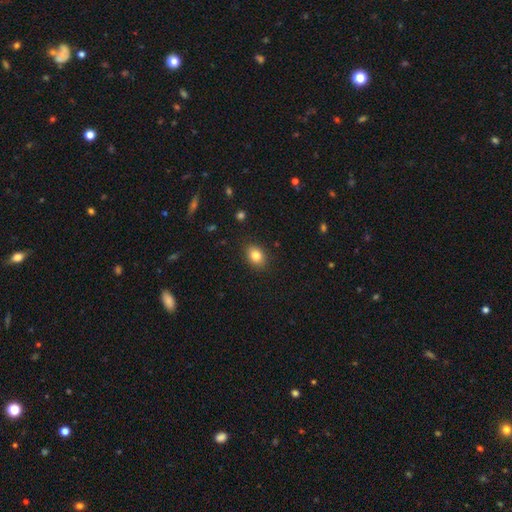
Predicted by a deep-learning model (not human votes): Morphology: type=smooth (82%); roundness=in between (62%); merging=none (88%).